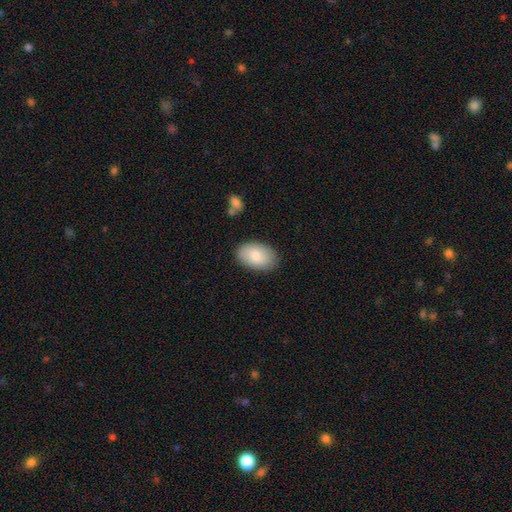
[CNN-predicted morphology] This appears to be a smooth galaxy with no disk features (82%) that is in between round and cigar-shaped (92%). Merging: none (84%).